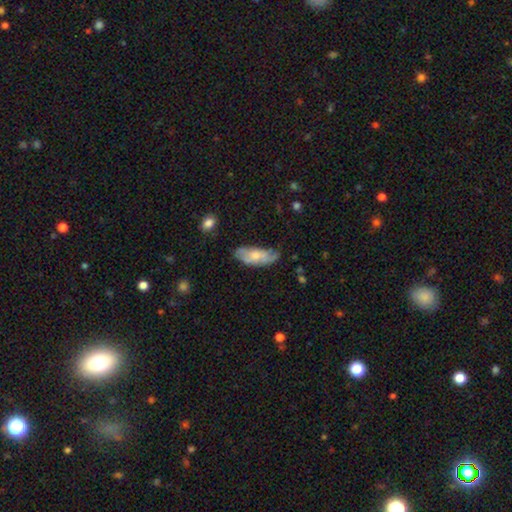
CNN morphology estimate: This is possibly a smooth galaxy (57%). How rounded: clearly in between (81%). Merging: possibly none (54%).